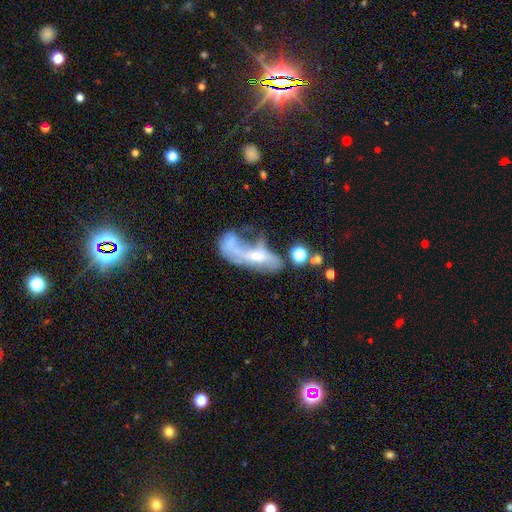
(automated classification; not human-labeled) This appears to be a featured or disk galaxy (61%) with no bar (63%), spiral arms (52%) and a small central bulge (47%). Merging: merger (41%).